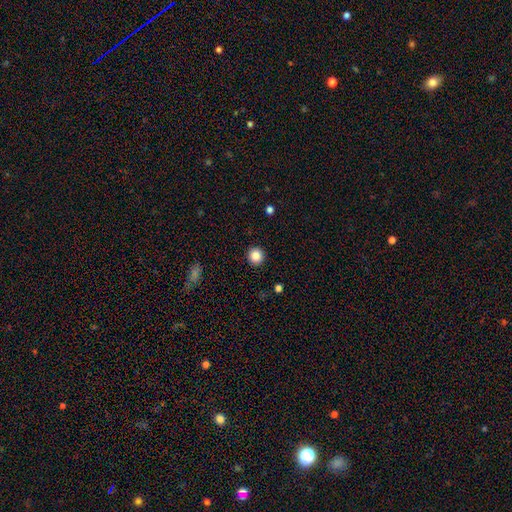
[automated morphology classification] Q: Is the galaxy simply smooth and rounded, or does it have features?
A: smooth — 86%.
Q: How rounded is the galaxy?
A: round — 93%.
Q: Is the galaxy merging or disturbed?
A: none — 92%.